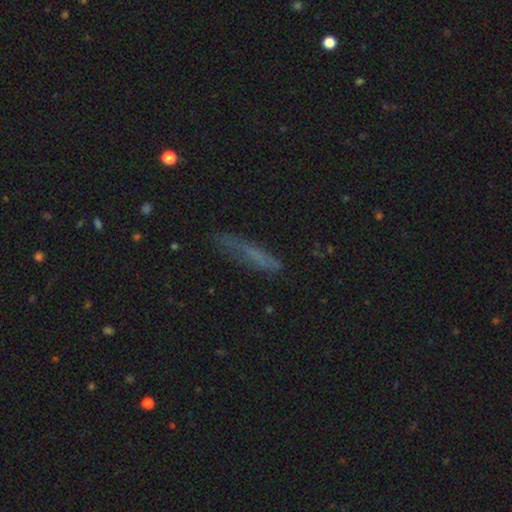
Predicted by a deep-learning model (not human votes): This appears to be a smooth galaxy with no disk features (55%) that is cigar-shaped (86%). Merging: none (67%).